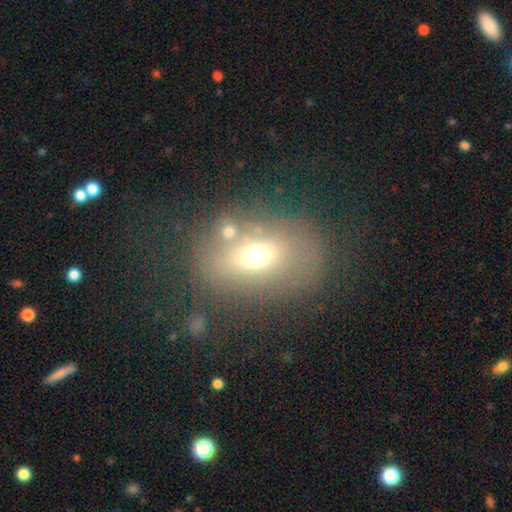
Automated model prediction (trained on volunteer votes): smooth 58%, featured or disk 26%, star or artifact 16%. Down the decision tree: how rounded — in between (68%); merging — none (60%).